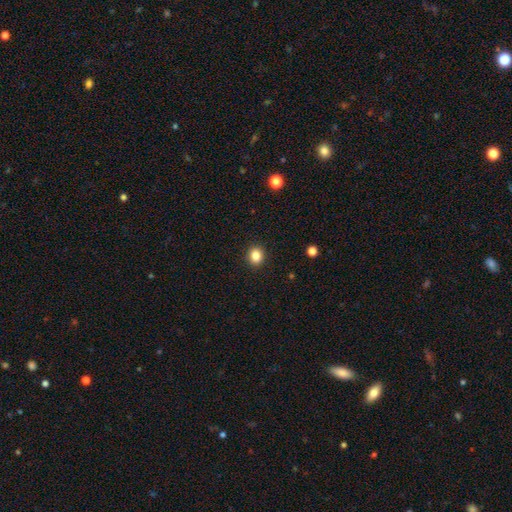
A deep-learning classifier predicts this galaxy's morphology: A smooth galaxy with no disk features (84%) that is round (77%). Merging: none (92%).